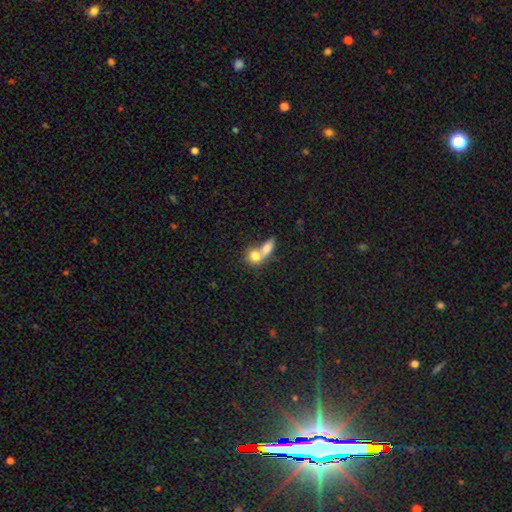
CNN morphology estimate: This is likely a smooth galaxy (78%). How rounded: possibly round (50%). Merging: likely merger (69%).